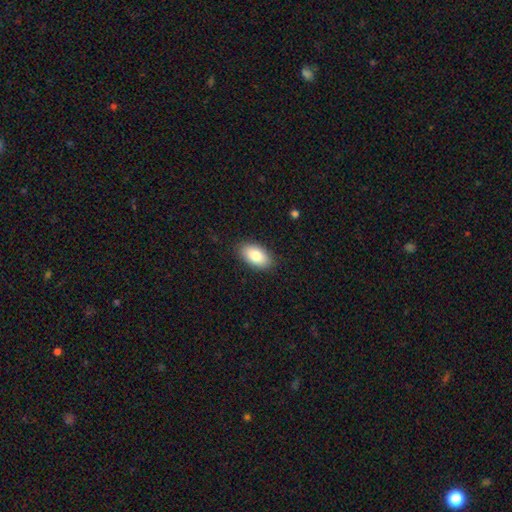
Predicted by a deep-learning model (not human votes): Q: Smooth or featured?
A: smooth (84%); runner-up: featured or disk (10%)
Q: How rounded?
A: in between (94%); runner-up: round (4%)
Q: Merging?
A: none (88%); runner-up: minor disturbance (9%)